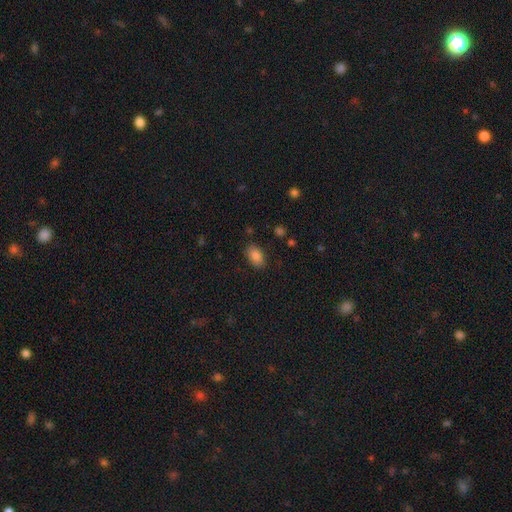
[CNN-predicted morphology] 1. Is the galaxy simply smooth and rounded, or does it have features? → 85% smooth, 9% star or artifact, 6% featured or disk.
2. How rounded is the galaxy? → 89% in between, 9% round, 2% cigar-shaped.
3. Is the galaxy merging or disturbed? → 84% none, 11% minor disturbance, 3% major disturbance, 2% merger.